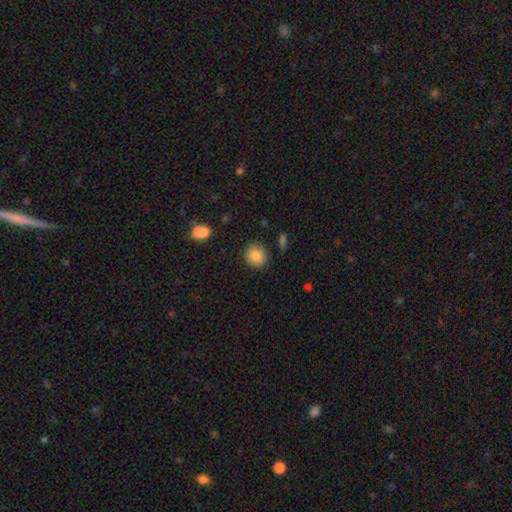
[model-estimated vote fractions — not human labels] The model was most divided on "how rounded": round: 73%, in between: 26%, cigar-shaped: 1%. More confident: smooth or featured — smooth (85%); merging — none (85%).